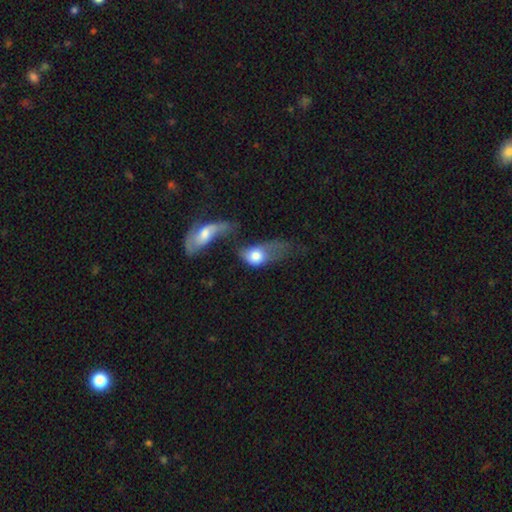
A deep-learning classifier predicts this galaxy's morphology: Smooth or featured? smooth (66%)
How rounded? in between (70%)
Merging? merger (44%)